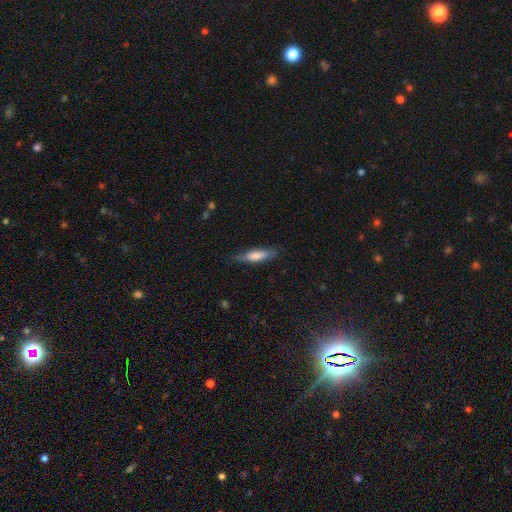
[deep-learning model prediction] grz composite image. It shows a smooth galaxy with no disk features (69%) that is cigar-shaped (71%). Merging: none (77%).